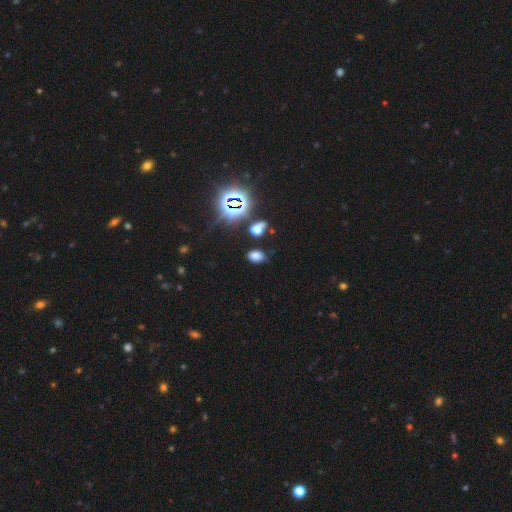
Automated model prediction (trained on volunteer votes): smooth 64%, star or artifact 28%, featured or disk 8%. Down the decision tree: how rounded — in between (85%); merging — none (76%).